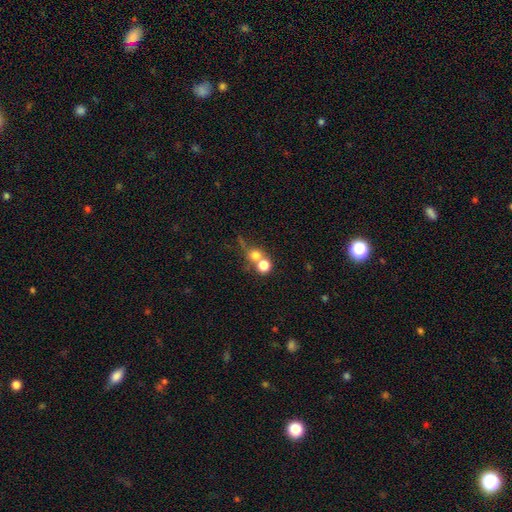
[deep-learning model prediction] Morphology: type=smooth (71%); roundness=round (85%); merging=merger (52%).